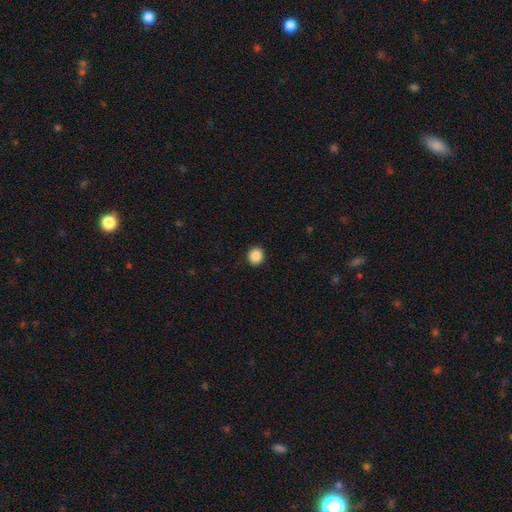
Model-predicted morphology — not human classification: This is clearly a smooth galaxy (88%). How rounded: clearly round (82%). Merging: clearly none (92%).